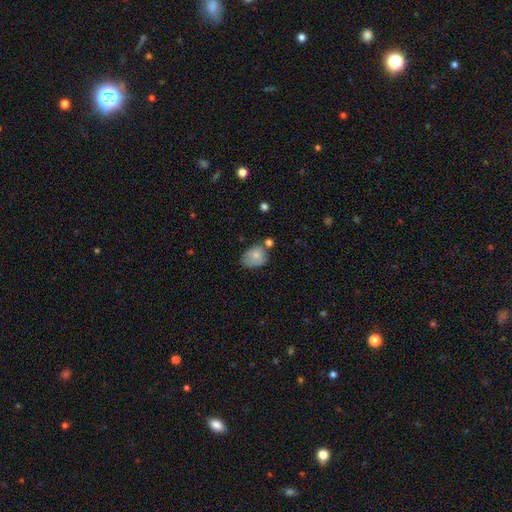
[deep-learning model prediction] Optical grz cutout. It shows a smooth galaxy with no disk features (77%) that is in between round and cigar-shaped (68%). Merging: none (50%).